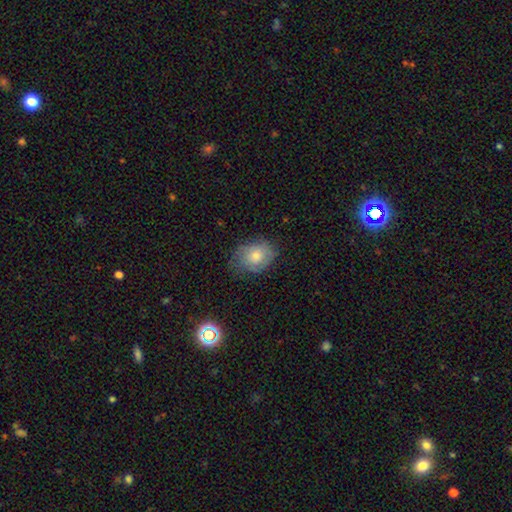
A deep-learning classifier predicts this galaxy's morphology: The model was most divided on "how rounded": in between: 60%, round: 39%, cigar-shaped: 1%. More confident: merging — none (66%); smooth or featured — smooth (60%).